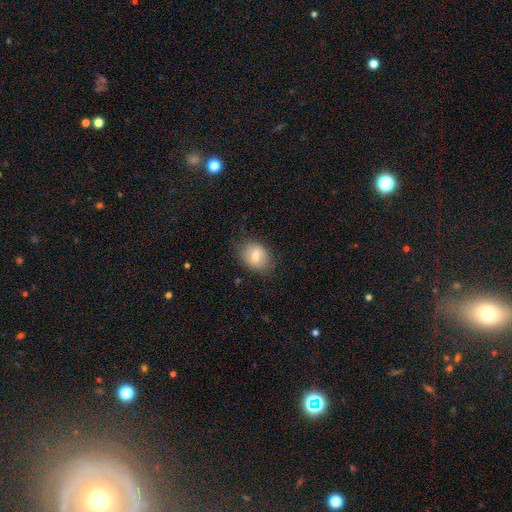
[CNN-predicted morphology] The model was most divided on "how rounded": in between: 63%, round: 36%, cigar-shaped: 1%. More confident: merging — none (75%); smooth or featured — smooth (72%).